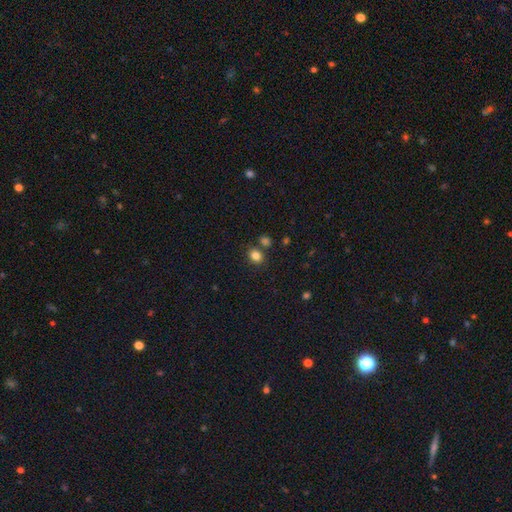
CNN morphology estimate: A smooth galaxy with no disk features (83%) that is round (52%).

Vote fractions:
- Smooth or featured? smooth: 83% / star or artifact: 11% / featured or disk: 5%
- How rounded? round: 52% / in between: 48% / cigar-shaped: 1%
- Merging? none: 73% / merger: 13% / minor disturbance: 10% / major disturbance: 3%